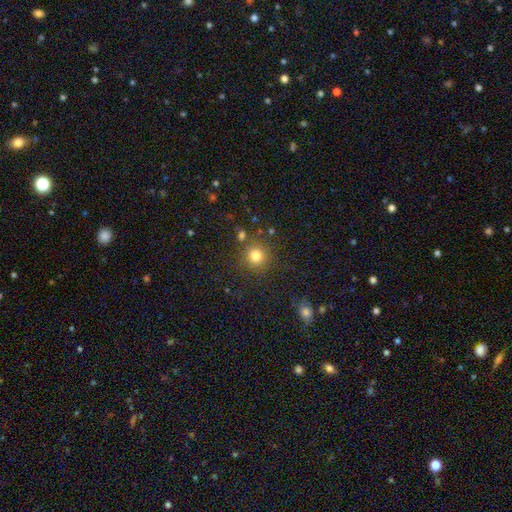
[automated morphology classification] Overall: smooth (81%). How rounded: round (93%). Merging: none (83%).